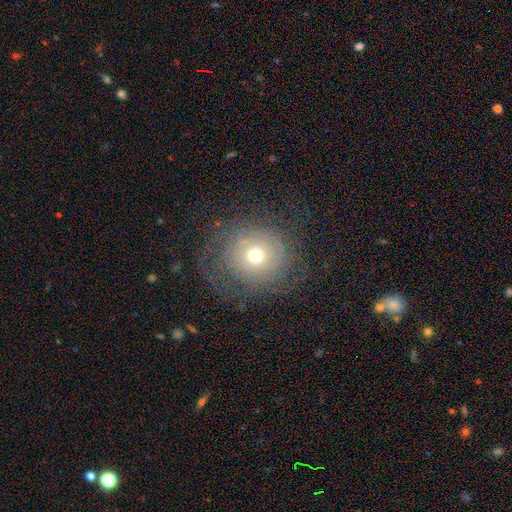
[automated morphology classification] Smooth or featured: featured or disk — 44% (smooth — 42%)
Merging: none — 65% (major disturbance — 18%)